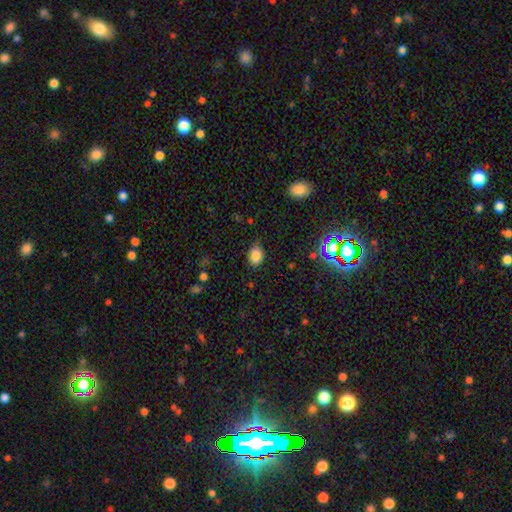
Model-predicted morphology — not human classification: The model was most divided on "how rounded": in between: 64%, round: 35%, cigar-shaped: 1%. More confident: smooth or featured — smooth (84%); merging — none (78%).